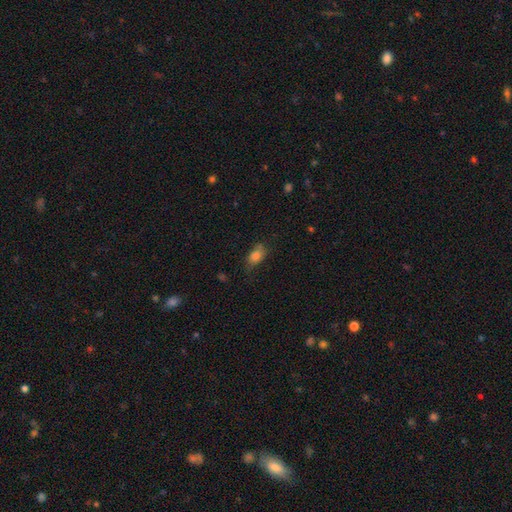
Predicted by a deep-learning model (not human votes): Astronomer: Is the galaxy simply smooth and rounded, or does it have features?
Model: smooth — 80%.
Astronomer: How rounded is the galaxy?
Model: in between — 84%.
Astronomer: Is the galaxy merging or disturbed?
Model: none — 63%.